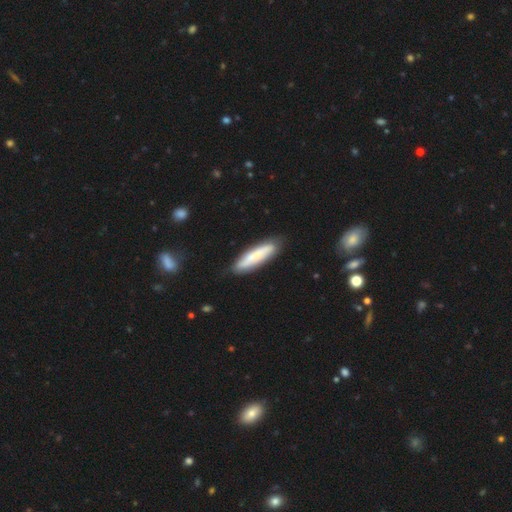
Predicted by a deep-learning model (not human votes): smooth-or-featured: smooth: 58% | featured or disk: 36% | star or artifact: 6%
  how-rounded: cigar-shaped: 73% | in between: 26% | round: 2%
  merging: none: 82% | minor disturbance: 14% | major disturbance: 3% | merger: 2%